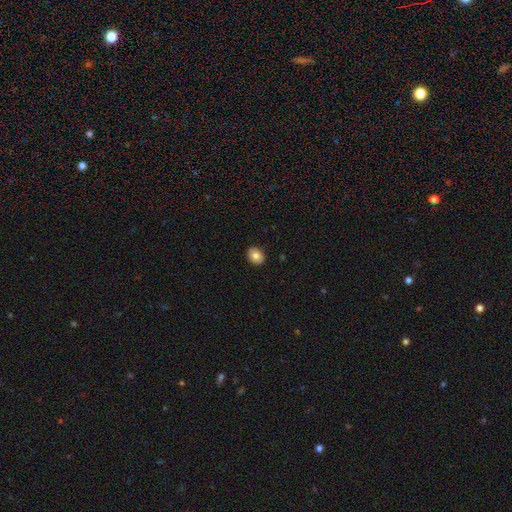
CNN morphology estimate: This is clearly a smooth galaxy (80%). How rounded: possibly round (52%). Merging: clearly none (90%).